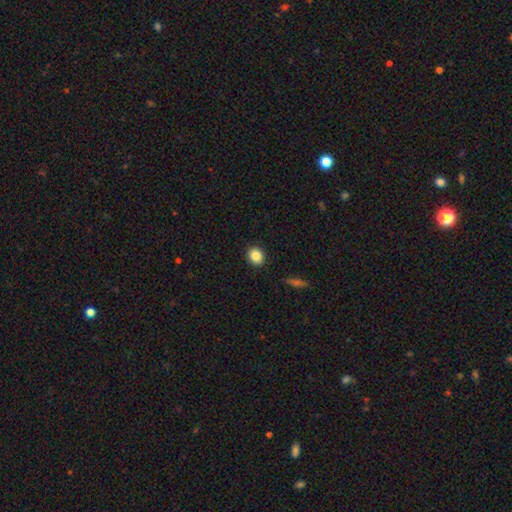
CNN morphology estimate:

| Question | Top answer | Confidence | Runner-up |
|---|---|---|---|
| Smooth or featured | smooth | 84% | star or artifact (9%) |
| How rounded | round | 60% | in between (39%) |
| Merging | none | 91% | minor disturbance (6%) |